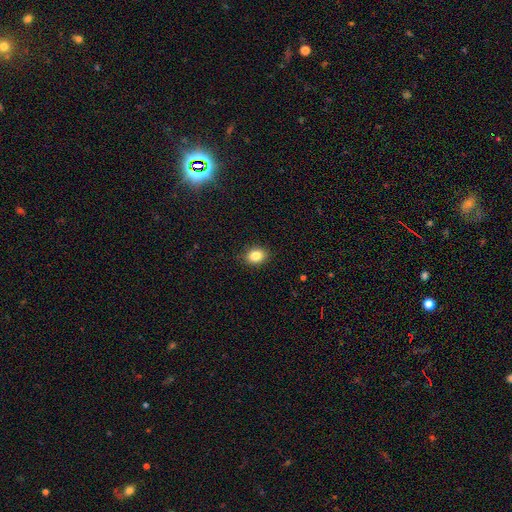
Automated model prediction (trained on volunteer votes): Smooth or featured? smooth (85%)
How rounded? in between (60%)
Merging? none (87%)